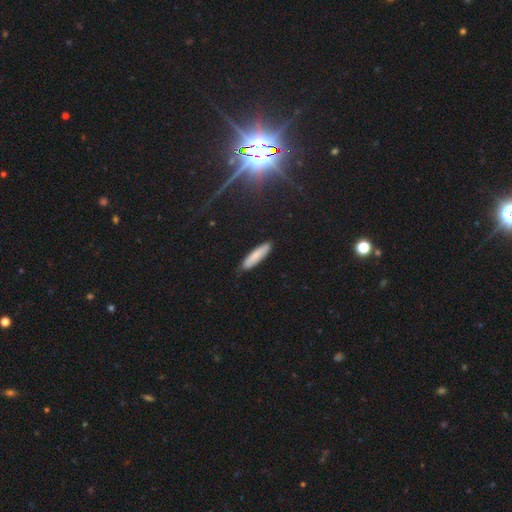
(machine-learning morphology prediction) Smooth or featured: smooth — 80% (featured or disk — 14%)
How rounded: cigar-shaped — 79% (in between — 20%)
Merging: none — 86% (minor disturbance — 11%)